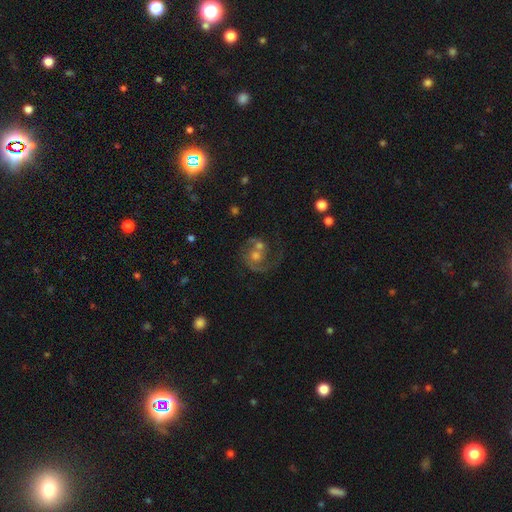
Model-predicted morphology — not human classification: A featured or disk galaxy (75%) with no bar (73%), 2 (53%) medium (50%) spiral arms (90%) and a moderate central bulge (58%). Merging: merger (36%, tied with none).